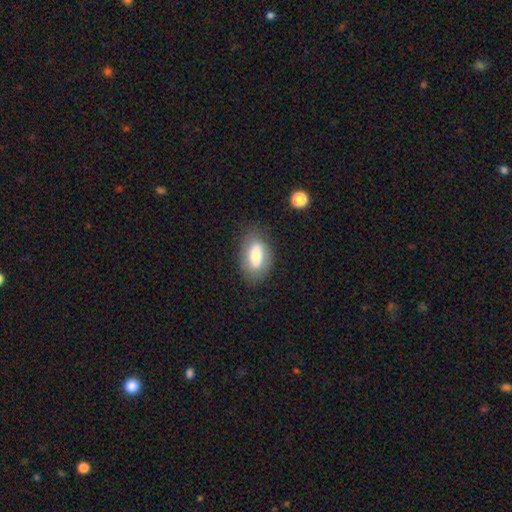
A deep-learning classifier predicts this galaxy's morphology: This appears to be a smooth galaxy with no disk features (64%) that is in between round and cigar-shaped (88%). Merging: none (78%).